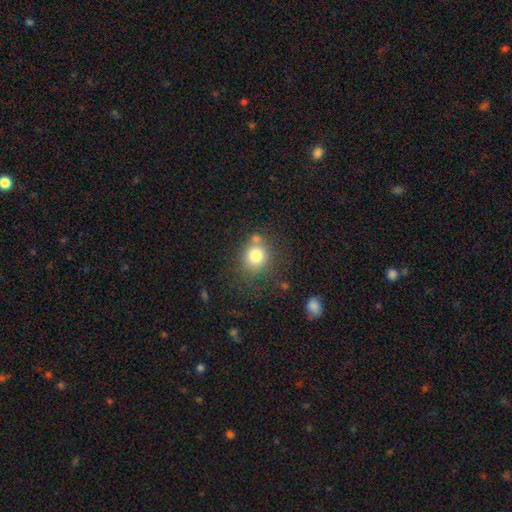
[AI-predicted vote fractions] A smooth galaxy with no disk features (80%) that is round (74%). Merging: none (63%).